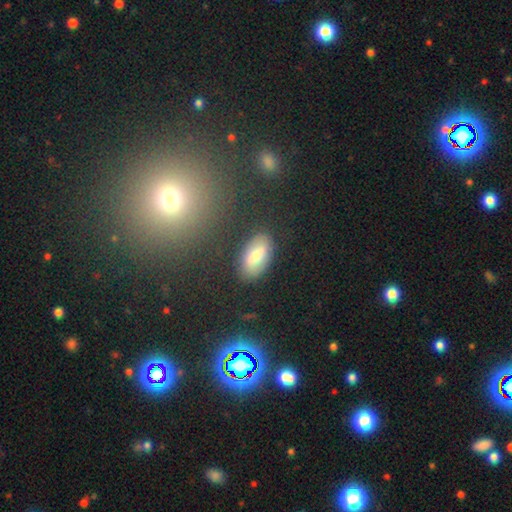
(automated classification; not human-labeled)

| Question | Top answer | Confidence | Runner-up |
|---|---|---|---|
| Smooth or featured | smooth | 65% | featured or disk (23%) |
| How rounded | in between | 91% | cigar-shaped (5%) |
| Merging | none | 85% | minor disturbance (10%) |